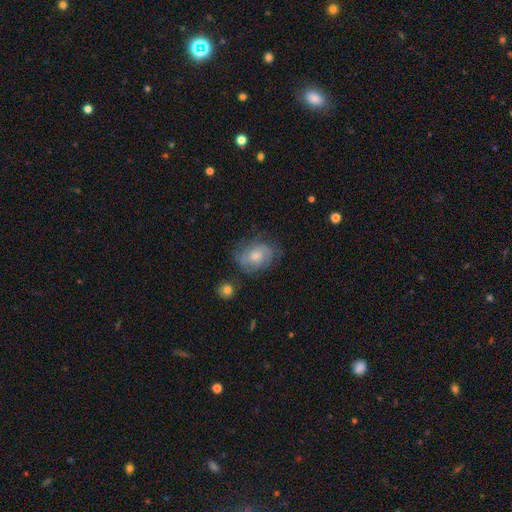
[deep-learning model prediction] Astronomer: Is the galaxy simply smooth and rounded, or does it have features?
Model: featured or disk — 60%.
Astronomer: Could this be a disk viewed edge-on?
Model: no — 97%.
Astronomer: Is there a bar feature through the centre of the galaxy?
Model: no — 71%.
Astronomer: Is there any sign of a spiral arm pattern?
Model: yes — 83%.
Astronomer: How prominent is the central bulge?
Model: moderate — 46% (runner-up: small, 41%).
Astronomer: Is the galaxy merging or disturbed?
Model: none — 64%.